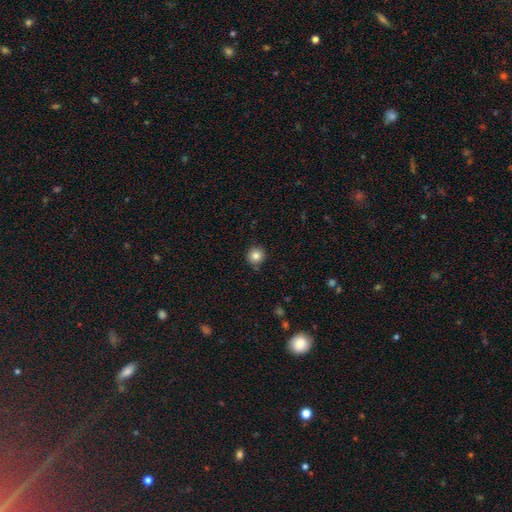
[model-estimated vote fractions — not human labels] Smooth or featured?
  - smooth: 84% *
  - star or artifact: 10%
  - featured or disk: 6%
How rounded?
  - round: 93% *
  - in between: 6%
  - cigar-shaped: 1%
Merging?
  - none: 87% *
  - minor disturbance: 9%
  - major disturbance: 2%
  - merger: 2%